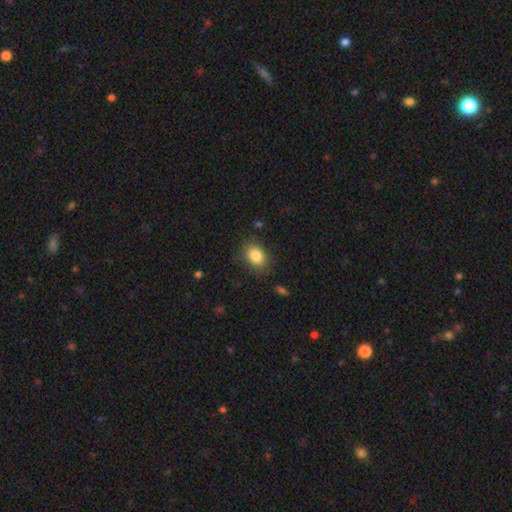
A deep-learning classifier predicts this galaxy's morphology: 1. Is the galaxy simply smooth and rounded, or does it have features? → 85% smooth, 9% star or artifact, 6% featured or disk.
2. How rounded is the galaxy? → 70% in between, 29% round, 1% cigar-shaped.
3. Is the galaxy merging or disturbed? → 80% none, 14% minor disturbance, 4% major disturbance, 2% merger.